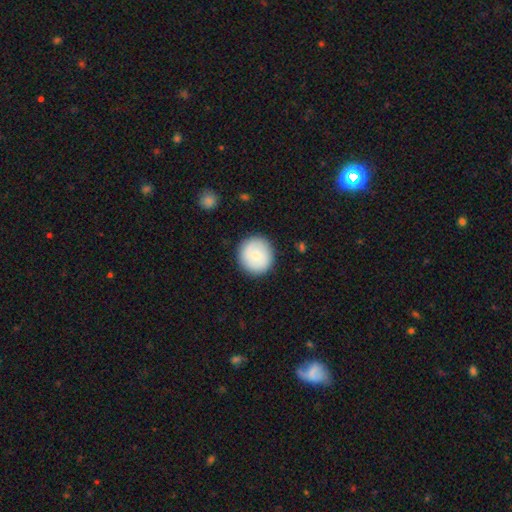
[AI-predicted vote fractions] Q: Smooth or featured?
A: smooth (75%); runner-up: featured or disk (19%)
Q: How rounded?
A: round (92%); runner-up: in between (7%)
Q: Merging?
A: none (89%); runner-up: minor disturbance (7%)